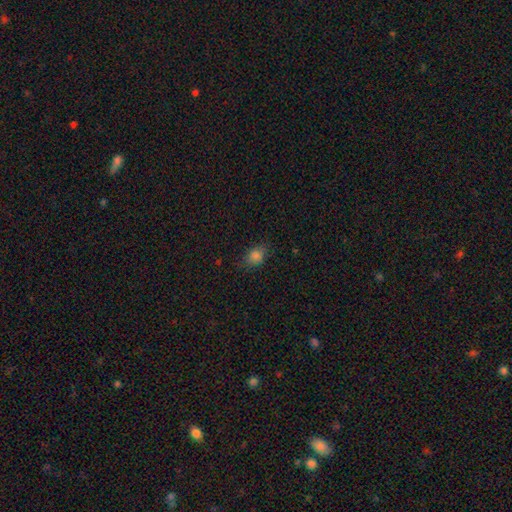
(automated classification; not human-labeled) Smooth or featured: smooth — 81% (star or artifact — 14%)
How rounded: in between — 63% (round — 36%)
Merging: none — 75% (minor disturbance — 19%)